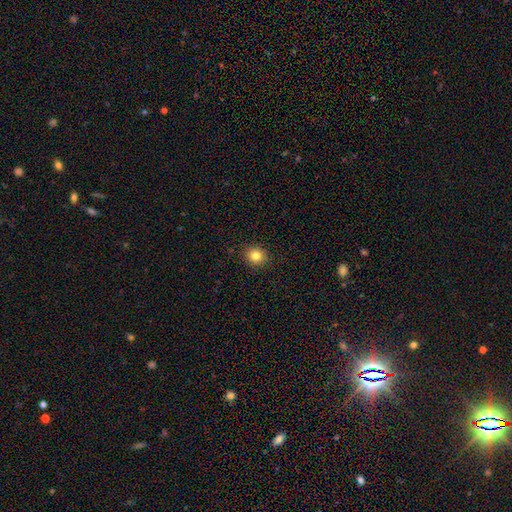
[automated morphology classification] Q: Smooth or featured?
A: smooth (81%); runner-up: star or artifact (12%)
Q: How rounded?
A: round (80%); runner-up: in between (19%)
Q: Merging?
A: none (91%); runner-up: minor disturbance (6%)